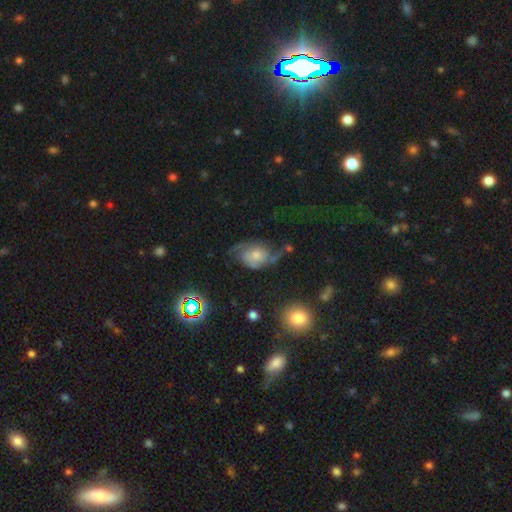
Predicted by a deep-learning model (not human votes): A featured or disk galaxy (67%) with no bar (73%), 2 (72%) medium (41%) spiral arms (88%) and a small central bulge (40%, tied with moderate).

Vote fractions:
- Smooth or featured? featured or disk: 67% / smooth: 22% / star or artifact: 10%
- Edge-on disk? no: 96% / yes: 4%
- Bar? no: 73% / weak: 22% / strong: 4%
- Spiral arms? yes: 88% / no: 12%
- Spiral winding? medium: 41% / loose: 40% / tight: 19%
- Spiral arm count? 2: 72% / can't tell: 12% / 1: 6% / 3: 5% / 4: 3% / more than 4: 3%
- Bulge size? small: 40% (tied) / moderate: 40% (tied) / large: 10% / none: 7% / dominant: 3%
- Merging? none: 40% / major disturbance: 29% / minor disturbance: 26% / merger: 6%